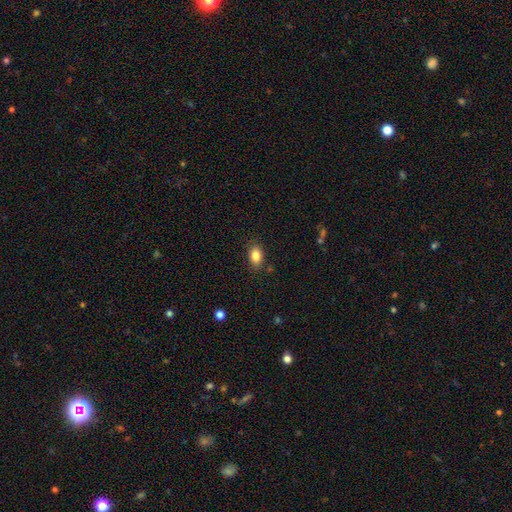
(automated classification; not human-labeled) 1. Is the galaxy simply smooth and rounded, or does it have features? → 85% smooth, 8% star or artifact, 6% featured or disk.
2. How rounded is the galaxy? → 86% in between, 12% round, 2% cigar-shaped.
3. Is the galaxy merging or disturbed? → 84% none, 11% minor disturbance, 3% major disturbance, 2% merger.